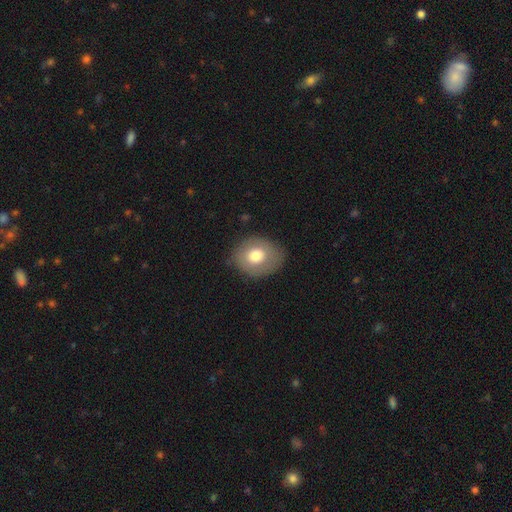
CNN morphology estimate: Overall: smooth (71%). How rounded: round (53%; in between 46%). Merging: none (75%).